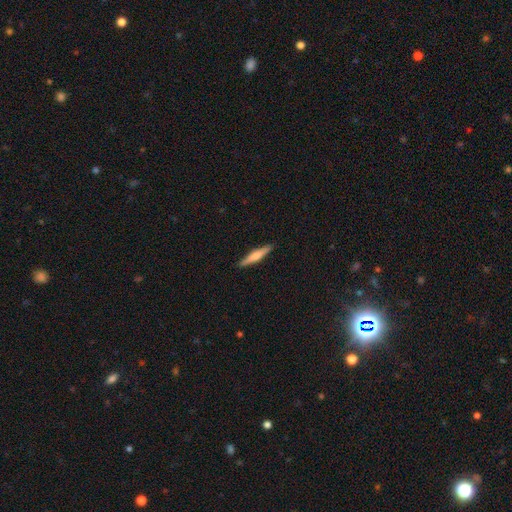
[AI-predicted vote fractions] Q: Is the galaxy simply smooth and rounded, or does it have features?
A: smooth — 50%.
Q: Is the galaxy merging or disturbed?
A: none — 90%.